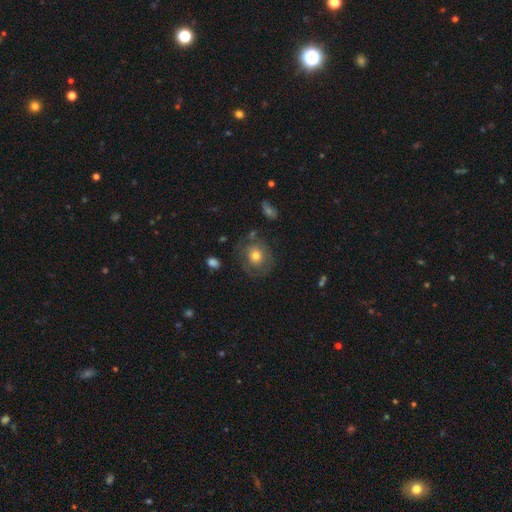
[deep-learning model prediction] smooth-or-featured: smooth: 58% | featured or disk: 33% | star or artifact: 9%
  how-rounded: round: 76% | in between: 23% | cigar-shaped: 1%
  merging: none: 70% | minor disturbance: 17% | major disturbance: 10% | merger: 3%